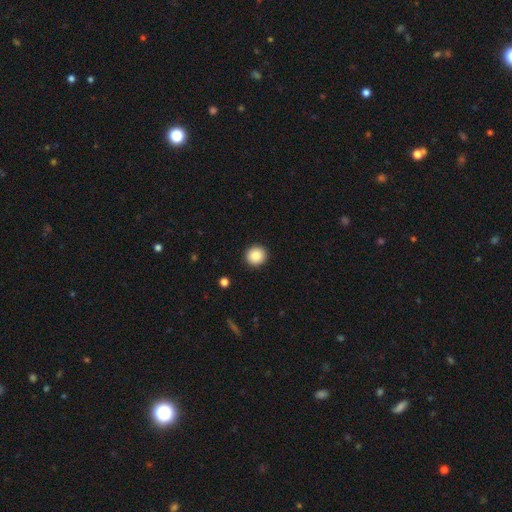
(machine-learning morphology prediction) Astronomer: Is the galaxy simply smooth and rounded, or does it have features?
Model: smooth — 87%.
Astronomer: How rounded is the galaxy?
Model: round — 92%.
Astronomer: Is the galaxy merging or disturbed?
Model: none — 93%.